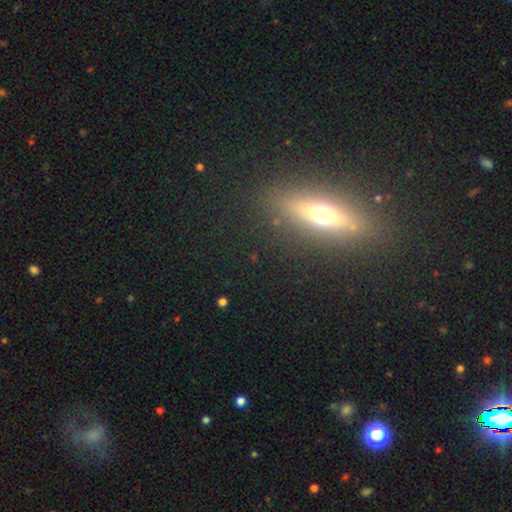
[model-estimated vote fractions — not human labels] smooth_or_featured: featured or disk (p=0.51) [alt: smooth p=0.36]
disk_edge_on: yes (p=0.88) [alt: no p=0.12]
merging: none (p=0.89) [alt: minor disturbance p=0.07]